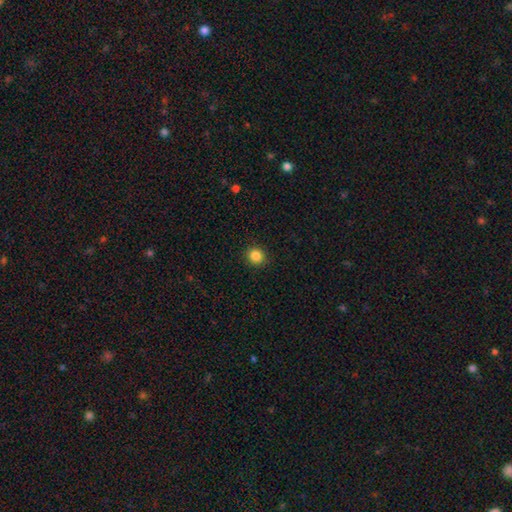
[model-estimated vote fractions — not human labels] The model was most divided on "smooth or featured": smooth: 86%, star or artifact: 10%, featured or disk: 4%. More confident: merging — none (92%); how rounded — round (88%).